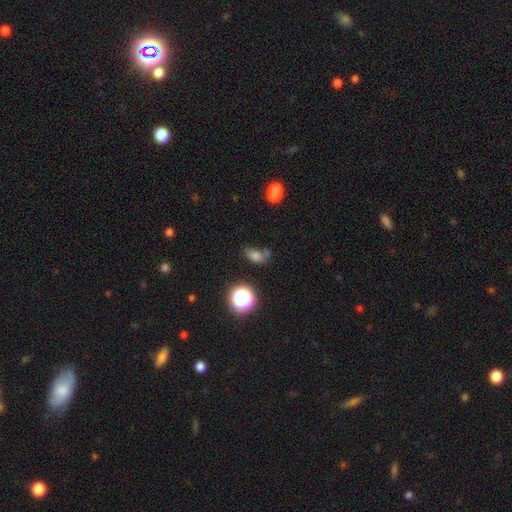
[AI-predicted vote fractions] Q: Smooth or featured?
A: smooth (71%); runner-up: star or artifact (19%)
Q: How rounded?
A: in between (78%); runner-up: round (18%)
Q: Merging?
A: none (53%); runner-up: minor disturbance (23%)